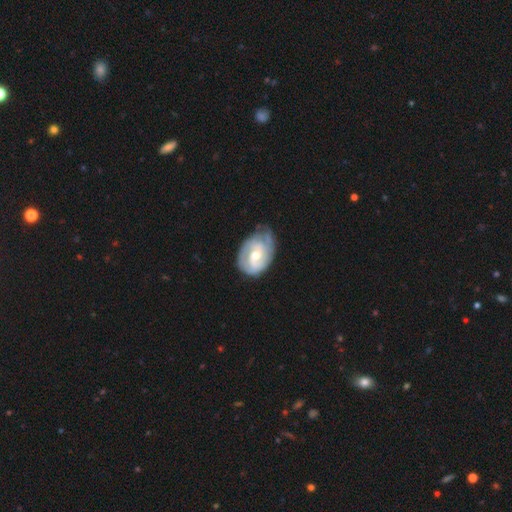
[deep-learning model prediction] Smooth or featured?
  - featured or disk: 79% *
  - smooth: 16%
  - star or artifact: 4%
Edge-on disk?
  - no: 97% *
  - yes: 3%
Bar?
  - no: 55% *
  - weak: 37%
  - strong: 8%
Spiral arms?
  - yes: 91% *
  - no: 9%
Spiral winding?
  - tight: 59% *
  - medium: 30%
  - loose: 10%
Spiral arm count?
  - 2: 42% *
  - can't tell: 29%
  - 3: 15%
  - 1: 8%
  - 4: 3%
  - more than 4: 3%
Bulge size?
  - moderate: 68% *
  - small: 25%
  - large: 5%
  - none: 1%
  - dominant: 1%
Merging?
  - none: 58% *
  - minor disturbance: 30%
  - major disturbance: 11%
  - merger: 2%